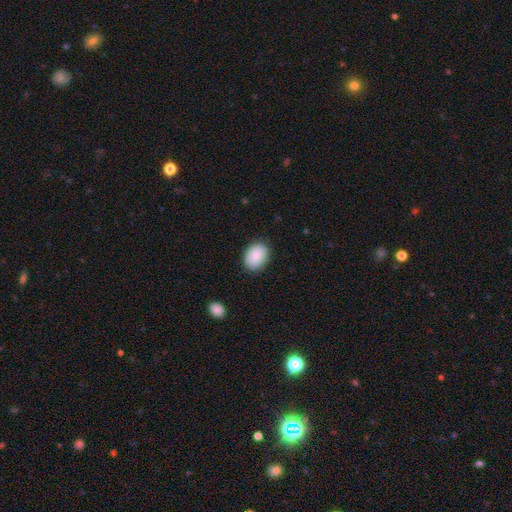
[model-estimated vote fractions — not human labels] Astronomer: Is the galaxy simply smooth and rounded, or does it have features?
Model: smooth — 87%.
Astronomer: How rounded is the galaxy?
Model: in between — 73%.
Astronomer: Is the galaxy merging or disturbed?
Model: none — 86%.